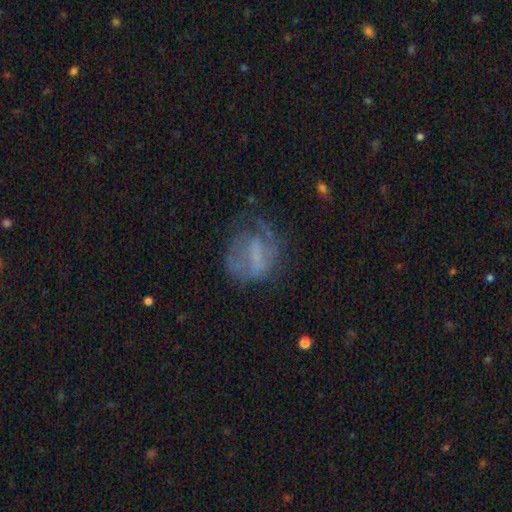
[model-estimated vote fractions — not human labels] The model was most divided on "merging": none: 45%, major disturbance: 30%, minor disturbance: 23%, merger: 2%. More confident: edge-on disk — no (95%); smooth or featured — featured or disk (51%).